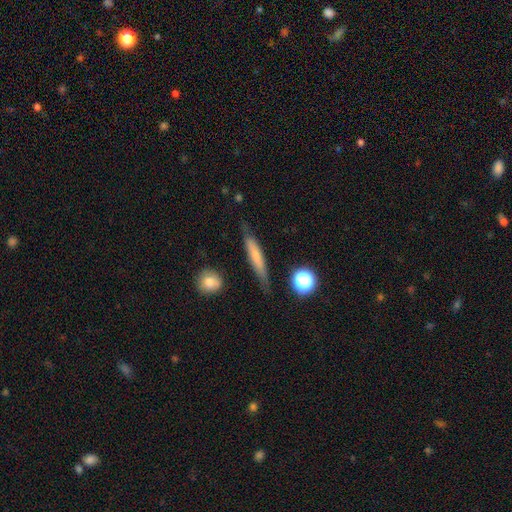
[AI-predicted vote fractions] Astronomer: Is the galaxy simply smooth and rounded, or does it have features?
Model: smooth — 58% (runner-up: featured or disk, 34%).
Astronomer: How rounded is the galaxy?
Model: cigar-shaped — 87%.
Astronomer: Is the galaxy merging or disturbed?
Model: none — 76%.